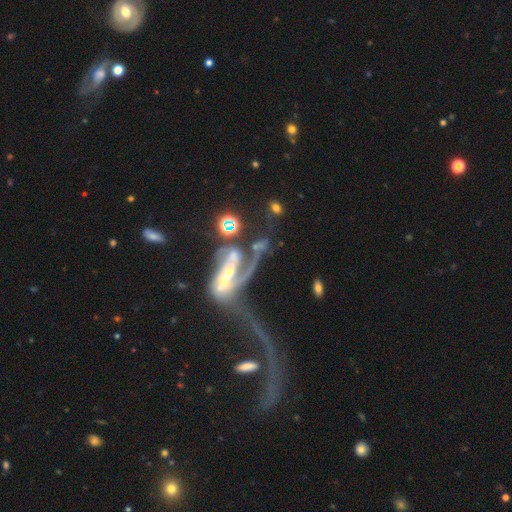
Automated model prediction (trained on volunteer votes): smooth-or-featured: featured or disk: 70% | smooth: 16% | star or artifact: 14%
  disk-edge-on: no: 82% | yes: 18%
    bar: no: 45% | strong: 30% | weak: 25%
    has-spiral-arms: yes: 57% | no: 43%
    bulge-size: small: 36% | moderate: 29% | none: 24% | large: 7% | dominant: 4%
  merging: merger: 47% | major disturbance: 34% | none: 12% | minor disturbance: 7%